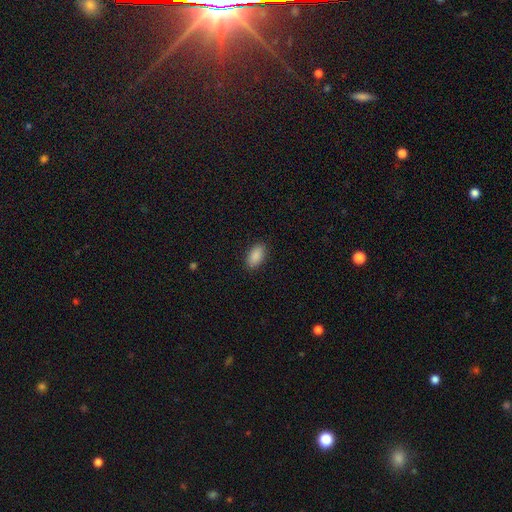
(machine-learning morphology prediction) Overall: smooth (90%). How rounded: in between (94%). Merging: none (89%).